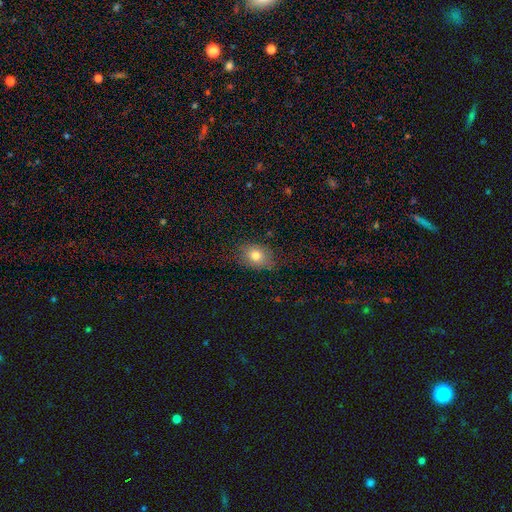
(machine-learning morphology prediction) This appears to be a smooth galaxy with no disk features (78%) that is in between round and cigar-shaped (63%). Merging: none (78%).